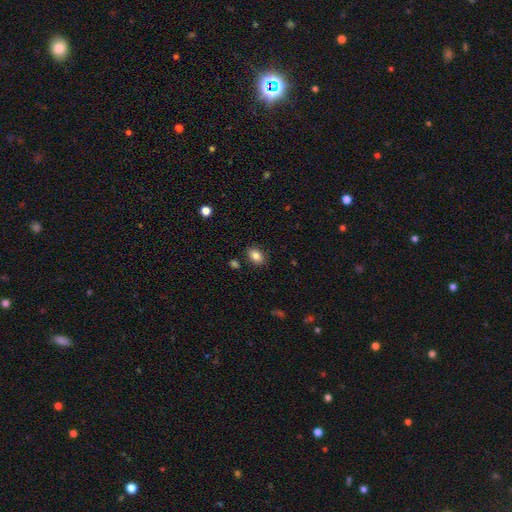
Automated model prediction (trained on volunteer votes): smooth_or_featured: smooth (p=0.84) [alt: star or artifact p=0.09]
how_rounded: in between (p=0.77) [alt: round p=0.22]
merging: none (p=0.86) [alt: minor disturbance p=0.09]